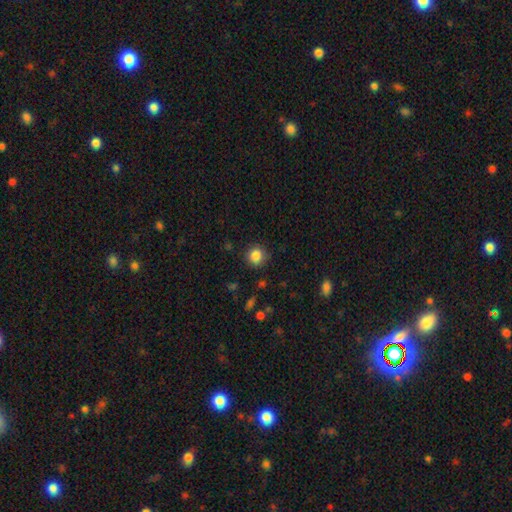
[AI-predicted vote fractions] Smooth or featured?
  - smooth: 85% *
  - star or artifact: 10%
  - featured or disk: 5%
How rounded?
  - round: 91% *
  - in between: 8%
  - cigar-shaped: 1%
Merging?
  - none: 87% *
  - minor disturbance: 9%
  - major disturbance: 3%
  - merger: 1%